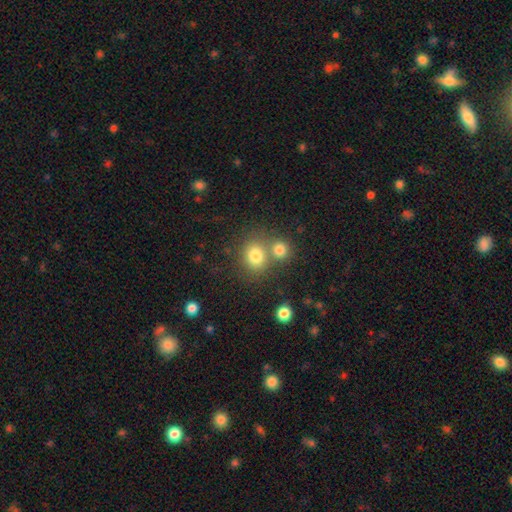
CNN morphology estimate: smooth_or_featured: smooth (p=0.79) [alt: star or artifact p=0.13]
how_rounded: round (p=0.72) [alt: in between p=0.27]
merging: none (p=0.52) [alt: merger p=0.35]